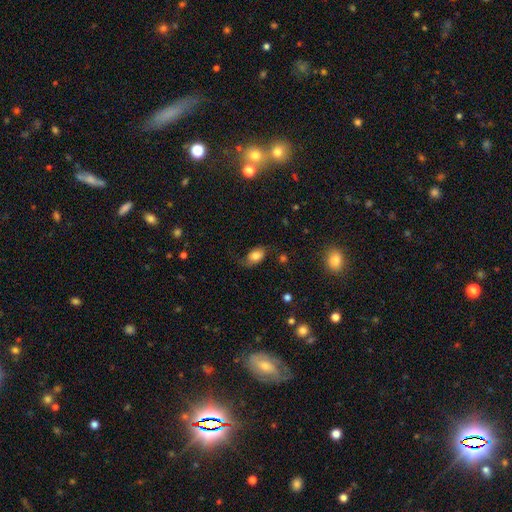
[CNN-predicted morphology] type=smooth (76%); roundness=in between (87%); merging=none (58%).